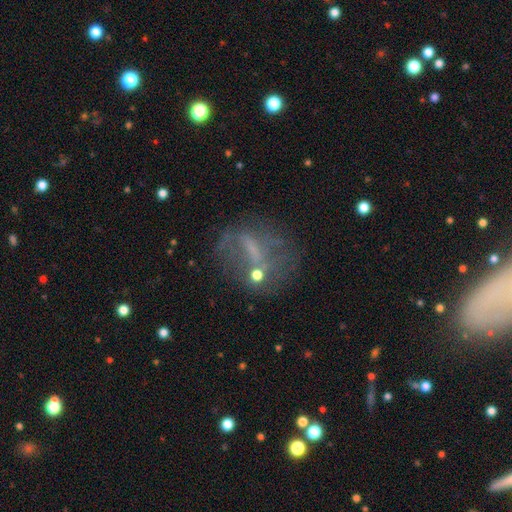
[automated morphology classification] smooth_or_featured: featured or disk (p=0.47) [alt: smooth p=0.30]
merging: none (p=0.56) [alt: minor disturbance p=0.19]